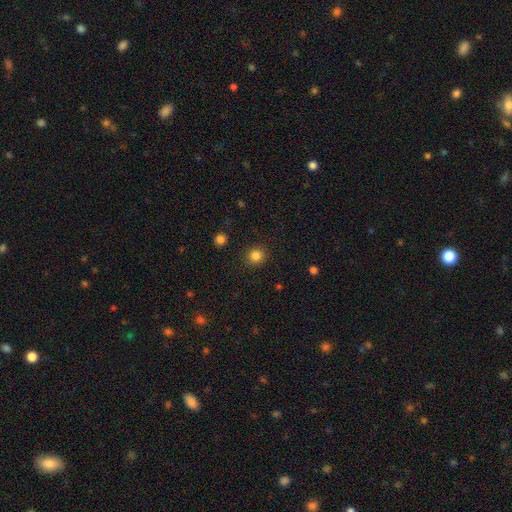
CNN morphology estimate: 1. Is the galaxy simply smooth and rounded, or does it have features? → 84% smooth, 12% star or artifact, 4% featured or disk.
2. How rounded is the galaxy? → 88% round, 11% in between, 1% cigar-shaped.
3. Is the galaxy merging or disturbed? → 90% none, 6% minor disturbance, 2% major disturbance, 1% merger.